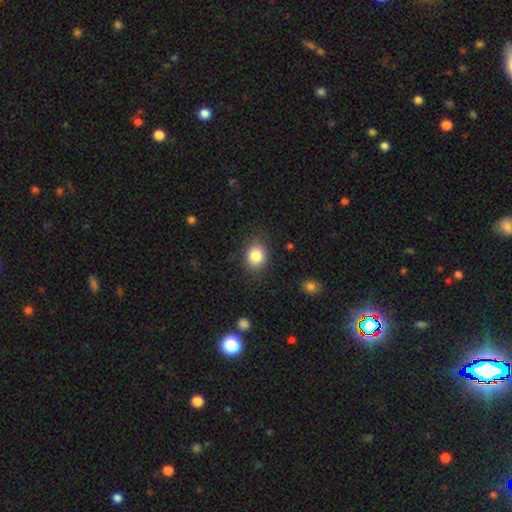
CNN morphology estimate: smooth_or_featured: smooth (p=0.83) [alt: star or artifact p=0.10]
how_rounded: round (p=0.57) [alt: in between p=0.43]
merging: none (p=0.84) [alt: minor disturbance p=0.11]